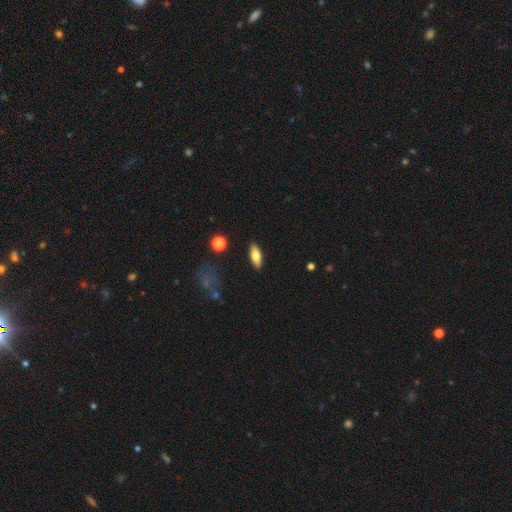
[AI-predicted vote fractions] Overall: smooth (67%). How rounded: in between (66%; cigar-shaped 30%). Merging: none (89%).